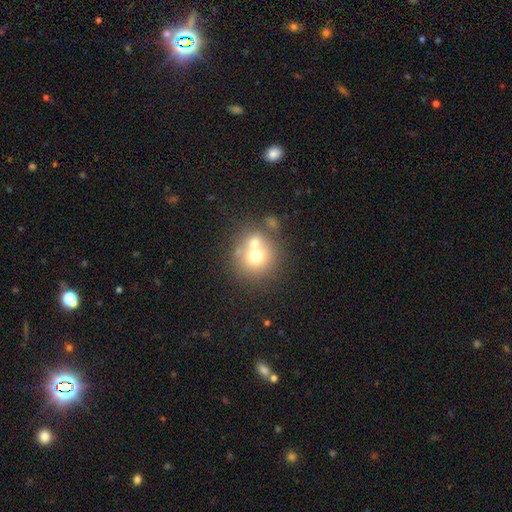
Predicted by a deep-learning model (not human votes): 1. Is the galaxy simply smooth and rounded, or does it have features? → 66% smooth, 22% featured or disk, 12% star or artifact.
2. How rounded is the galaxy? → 87% round, 12% in between, 1% cigar-shaped.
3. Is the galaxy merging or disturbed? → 45% none, 43% merger, 8% minor disturbance, 4% major disturbance.